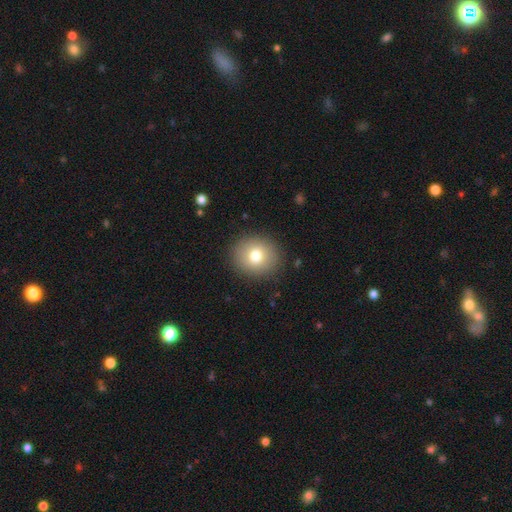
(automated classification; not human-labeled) This is likely a smooth galaxy (77%). How rounded: clearly round (85%). Merging: clearly none (90%).